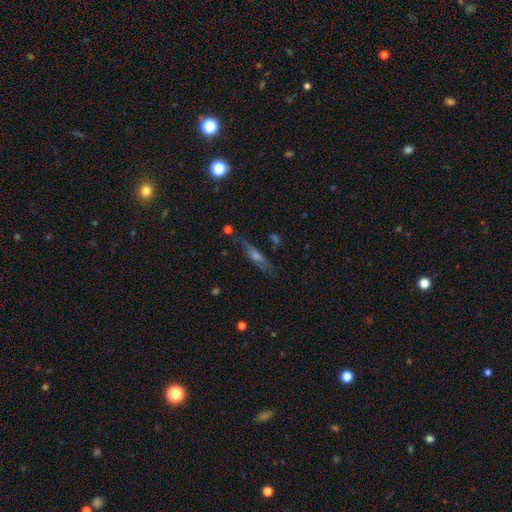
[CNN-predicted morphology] smooth_or_featured: featured or disk (p=0.57) [alt: smooth p=0.30]
disk_edge_on: yes (p=0.82) [alt: no p=0.18]
merging: none (p=0.76) [alt: minor disturbance p=0.15]